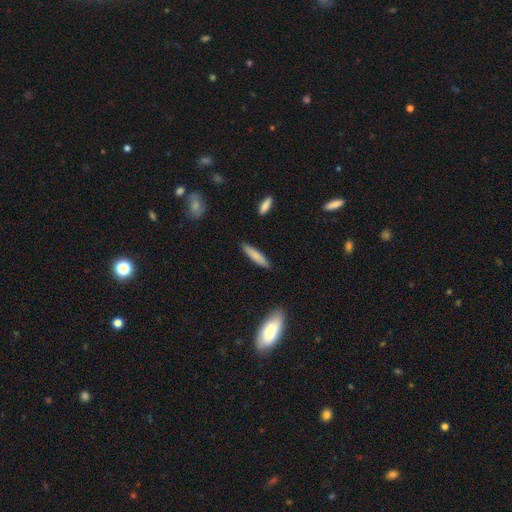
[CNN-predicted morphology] Q: Smooth or featured?
A: smooth (80%); runner-up: featured or disk (14%)
Q: How rounded?
A: cigar-shaped (83%); runner-up: in between (16%)
Q: Merging?
A: none (87%); runner-up: minor disturbance (10%)